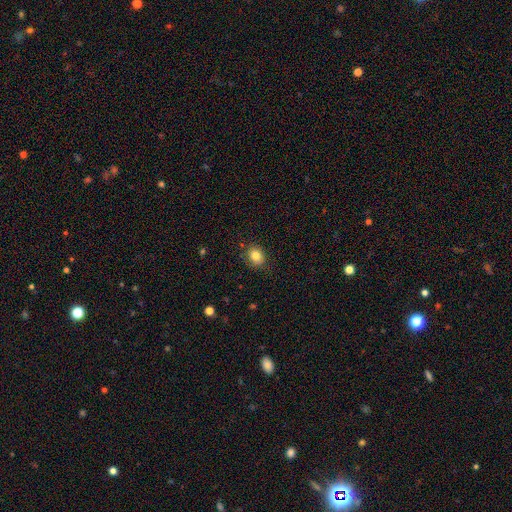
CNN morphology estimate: Smooth or featured? Predicted: smooth (p=0.82). How rounded? Predicted: round (p=0.62). Merging? Predicted: none (p=0.85).